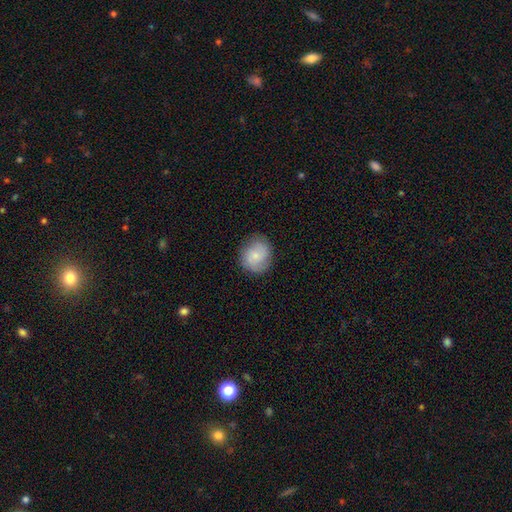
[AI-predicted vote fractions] This appears to be a smooth galaxy with no disk features (64%) that is round (76%). Merging: none (80%).